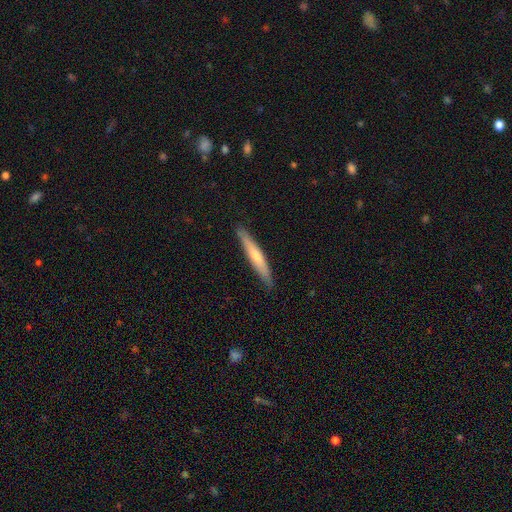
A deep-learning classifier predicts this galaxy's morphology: Smooth or featured: smooth — 55% (featured or disk — 39%)
How rounded: cigar-shaped — 94% (in between — 5%)
Merging: none — 89% (minor disturbance — 9%)